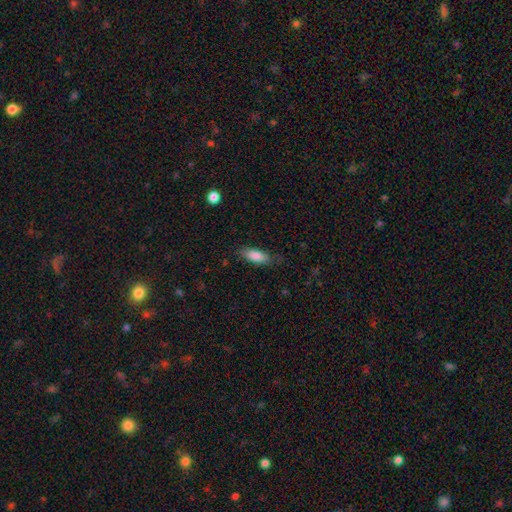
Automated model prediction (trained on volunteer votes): Smooth or featured?
  - smooth: 84% *
  - featured or disk: 10%
  - star or artifact: 6%
How rounded?
  - in between: 69% *
  - cigar-shaped: 29%
  - round: 2%
Merging?
  - none: 77% *
  - minor disturbance: 17%
  - major disturbance: 4%
  - merger: 1%